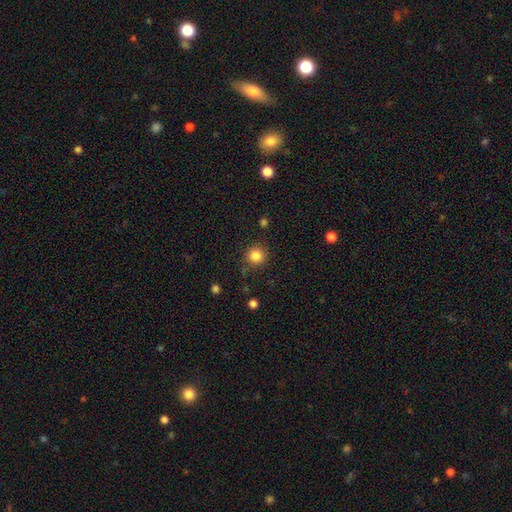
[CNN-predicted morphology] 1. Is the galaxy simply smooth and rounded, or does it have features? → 84% smooth, 11% star or artifact, 4% featured or disk.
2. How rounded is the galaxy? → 94% round, 5% in between, 1% cigar-shaped.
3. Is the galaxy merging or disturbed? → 86% none, 8% minor disturbance, 3% major disturbance, 2% merger.